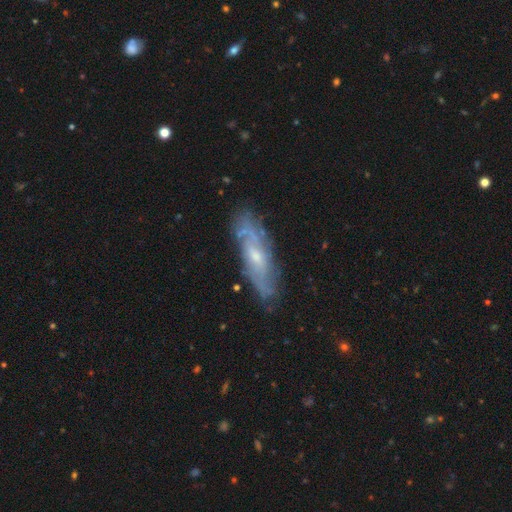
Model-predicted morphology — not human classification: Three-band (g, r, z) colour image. It shows a featured or disk galaxy (74%) with no bar (57%), spiral arms (85%) and a small central bulge (57%). Merging: none (77%).